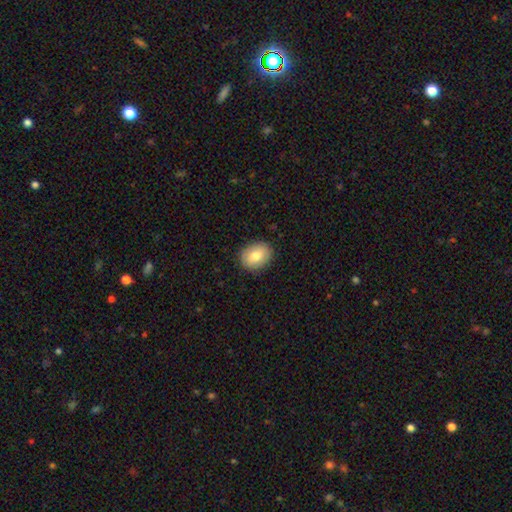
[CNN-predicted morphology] Smooth or featured: smooth — 79% (featured or disk — 13%)
How rounded: in between — 59% (round — 40%)
Merging: none — 88% (minor disturbance — 9%)